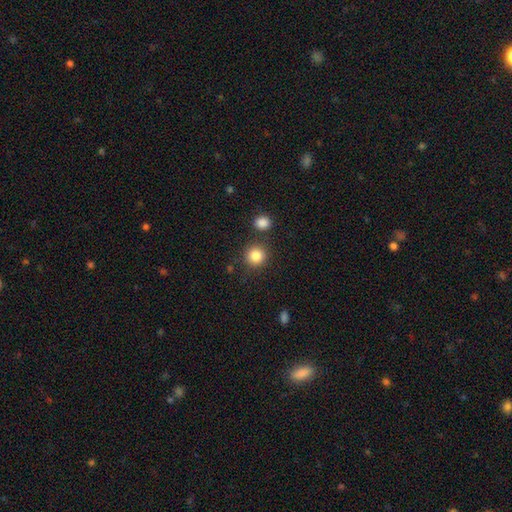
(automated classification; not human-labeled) Smooth or featured?
  - smooth: 85% *
  - star or artifact: 10%
  - featured or disk: 5%
How rounded?
  - round: 91% *
  - in between: 8%
  - cigar-shaped: 1%
Merging?
  - none: 82% *
  - minor disturbance: 8%
  - merger: 7%
  - major disturbance: 3%